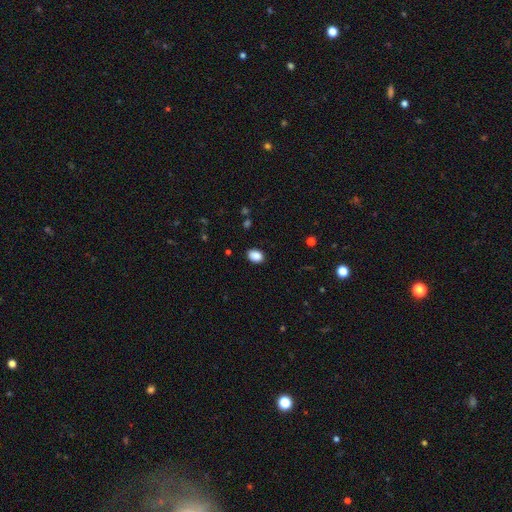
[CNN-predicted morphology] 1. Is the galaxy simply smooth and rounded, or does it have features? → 89% smooth, 8% star or artifact, 3% featured or disk.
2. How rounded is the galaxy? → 78% in between, 21% round, 1% cigar-shaped.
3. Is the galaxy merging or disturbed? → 88% none, 9% minor disturbance, 2% major disturbance, 1% merger.